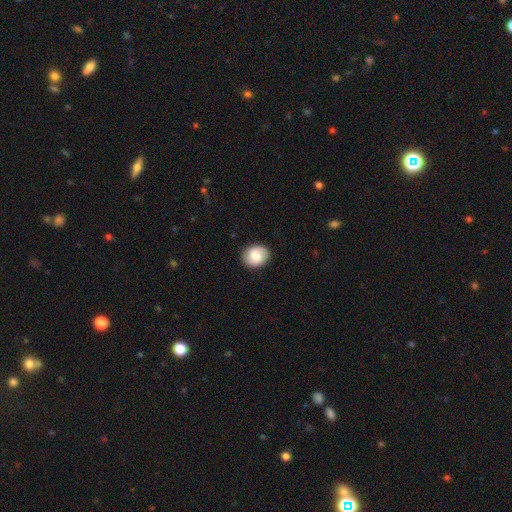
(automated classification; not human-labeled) The model was most divided on "how rounded": round: 55%, in between: 44%, cigar-shaped: 1%. More confident: merging — none (87%); smooth or featured — smooth (71%).